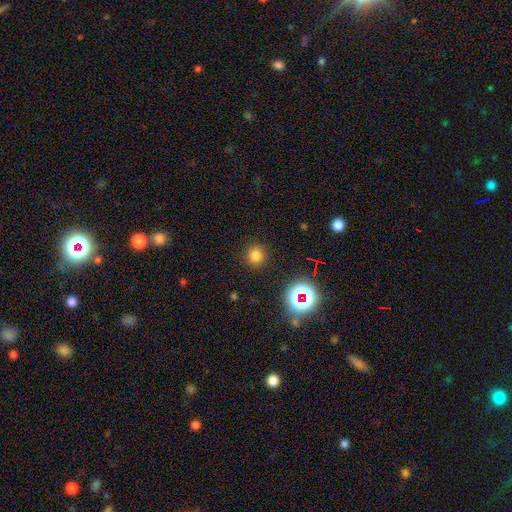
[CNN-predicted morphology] Smooth or featured? Predicted: smooth (p=0.75). How rounded? Predicted: round (p=0.92). Merging? Predicted: none (p=0.89).